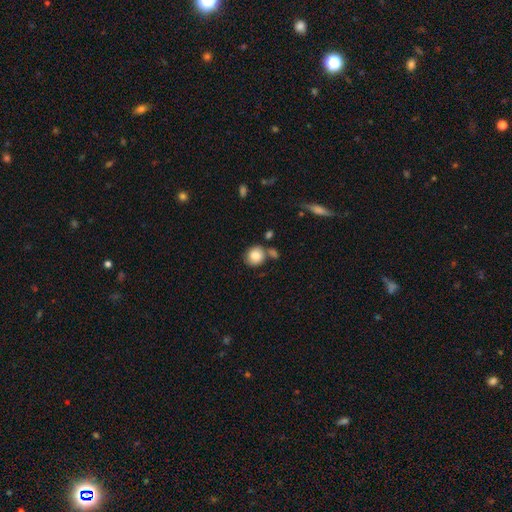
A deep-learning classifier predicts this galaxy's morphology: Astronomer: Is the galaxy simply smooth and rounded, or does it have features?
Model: smooth — 82%.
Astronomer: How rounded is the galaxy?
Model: round — 77%.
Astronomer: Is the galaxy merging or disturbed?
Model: none — 63%.